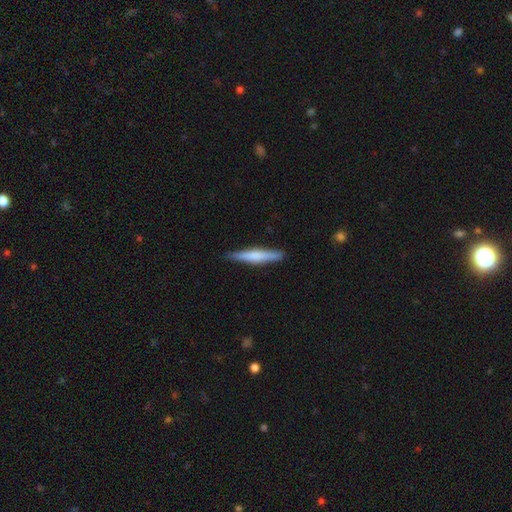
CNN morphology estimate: This is possibly a smooth galaxy (55%). How rounded: clearly cigar-shaped (92%). Merging: clearly none (88%).